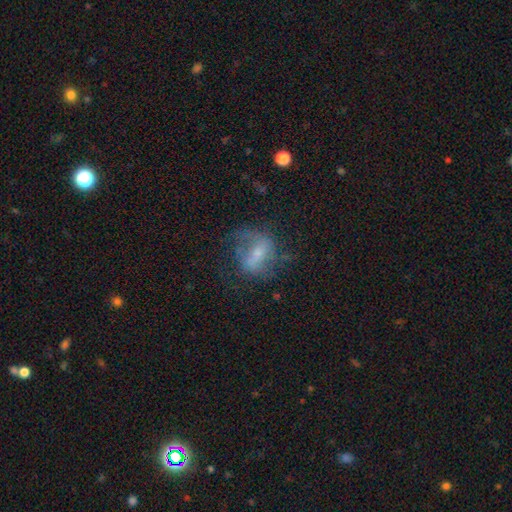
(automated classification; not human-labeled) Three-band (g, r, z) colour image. It shows a featured or disk galaxy (54%) with a weak bar (41%), spiral arms (60%) and a small central bulge (45%). Merging: none (47%).